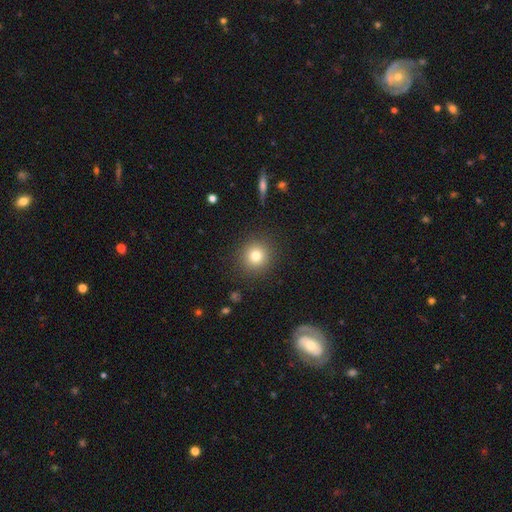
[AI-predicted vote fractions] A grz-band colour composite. It shows a smooth galaxy with no disk features (80%) that is round (92%). Merging: none (90%).